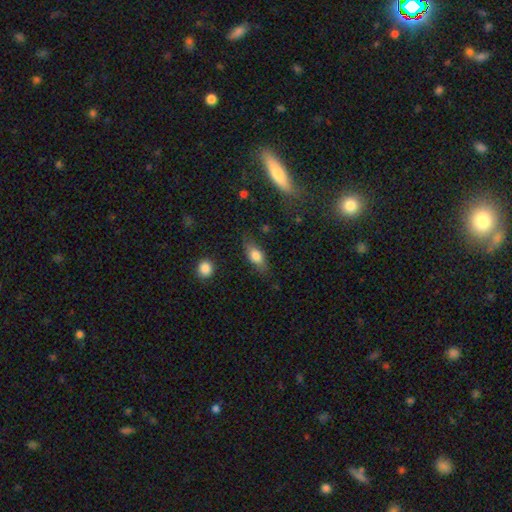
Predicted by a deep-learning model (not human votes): This appears to be a smooth galaxy with no disk features (74%) that is in between round and cigar-shaped (78%). Merging: none (77%).